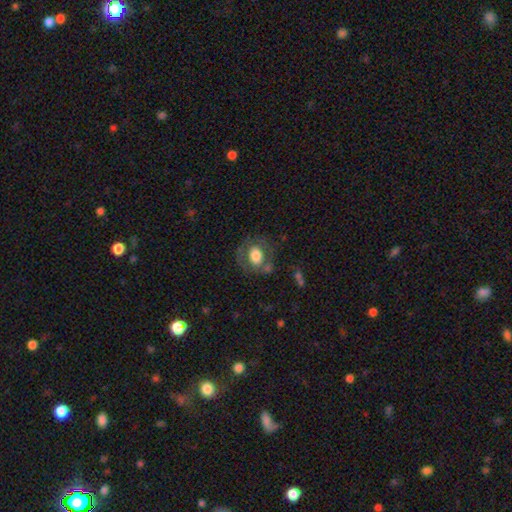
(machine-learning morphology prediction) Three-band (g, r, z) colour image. It shows a smooth galaxy with no disk features (62%) that is in between round and cigar-shaped (56%). Merging: none (64%).